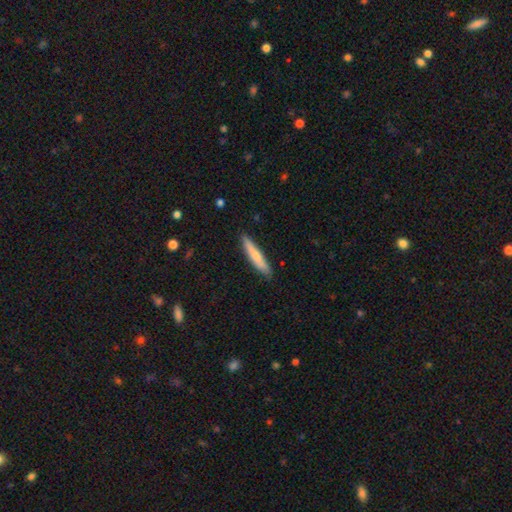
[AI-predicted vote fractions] smooth-or-featured: smooth: 70% | featured or disk: 25% | star or artifact: 5%
  how-rounded: cigar-shaped: 90% | in between: 9% | round: 1%
  merging: none: 87% | minor disturbance: 10% | major disturbance: 2% | merger: 1%